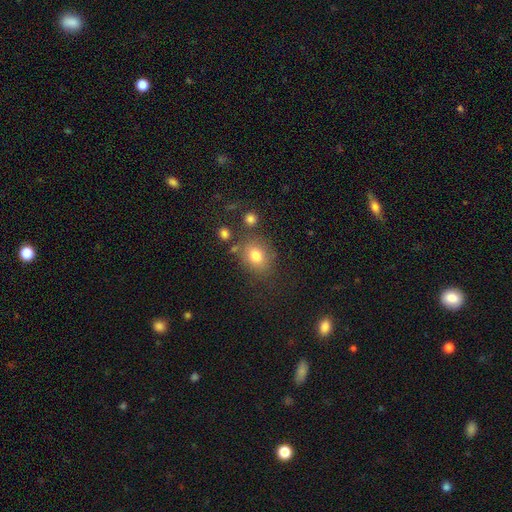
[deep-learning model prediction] smooth-or-featured: smooth: 77% | star or artifact: 12% | featured or disk: 10%
  how-rounded: round: 53% | in between: 46% | cigar-shaped: 1%
  merging: none: 73% | minor disturbance: 14% | merger: 7% | major disturbance: 5%